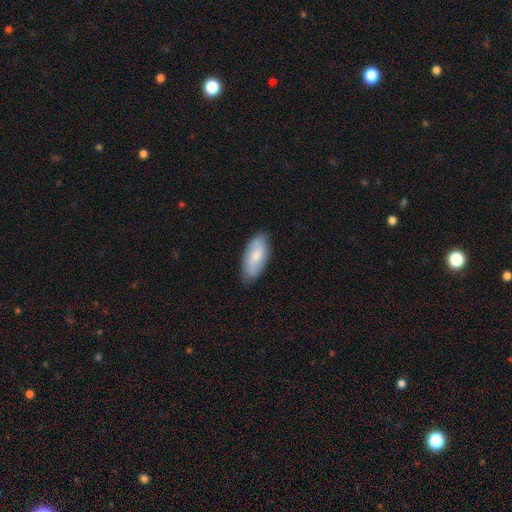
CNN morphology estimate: Smooth or featured? smooth (66%)
How rounded? in between (88%)
Merging? none (82%)